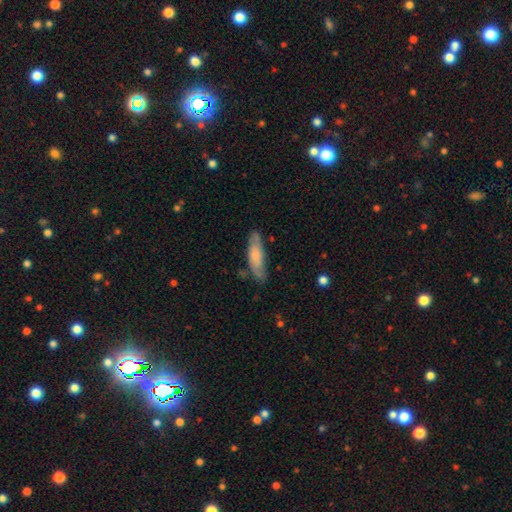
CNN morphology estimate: Overall: smooth (64%; featured or disk 31%). How rounded: cigar-shaped (58%; in between 40%). Merging: none (74%).